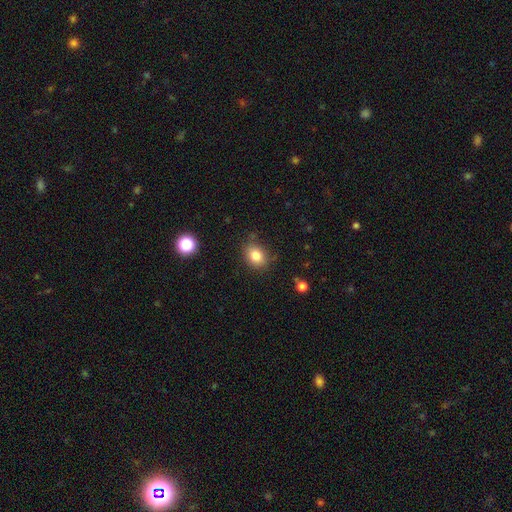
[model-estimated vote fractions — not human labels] A smooth galaxy with no disk features (82%) that is in between round and cigar-shaped (58%).

Vote fractions:
- Smooth or featured? smooth: 82% / star or artifact: 10% / featured or disk: 7%
- How rounded? in between: 58% / round: 41% / cigar-shaped: 1%
- Merging? none: 81% / minor disturbance: 14% / major disturbance: 3% / merger: 2%